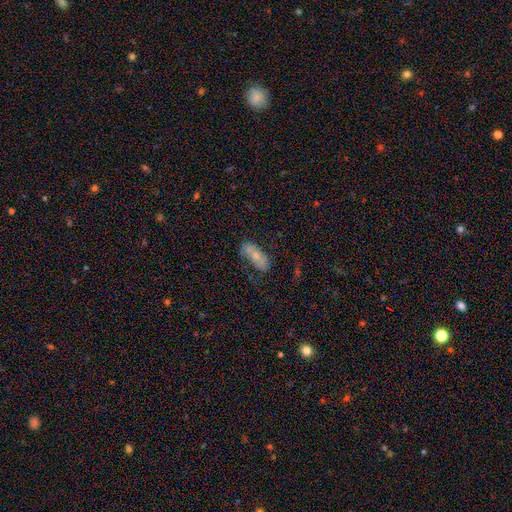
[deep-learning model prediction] A smooth galaxy with no disk features (61%) that is in between round and cigar-shaped (78%). Merging: none (57%).